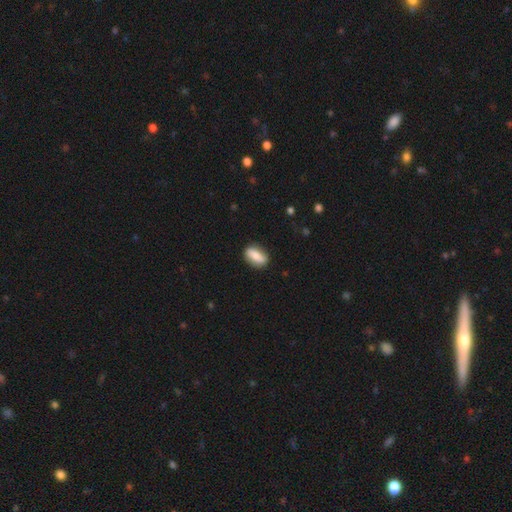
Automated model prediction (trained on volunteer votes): The model was most divided on "smooth or featured": smooth: 63%, featured or disk: 30%, star or artifact: 7%. More confident: merging — none (84%); how rounded — in between (81%).